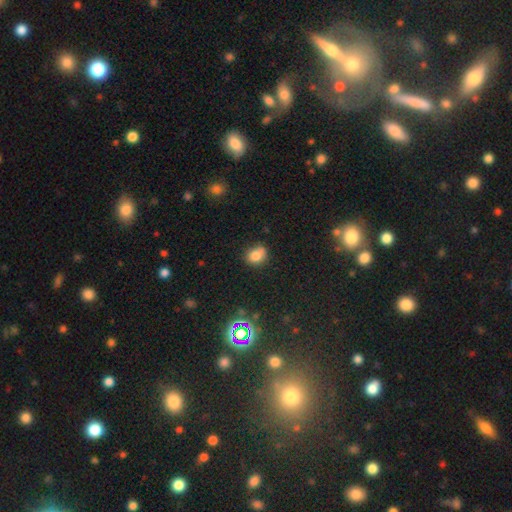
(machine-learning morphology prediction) type=smooth (77%); roundness=round (60%); merging=none (59%).